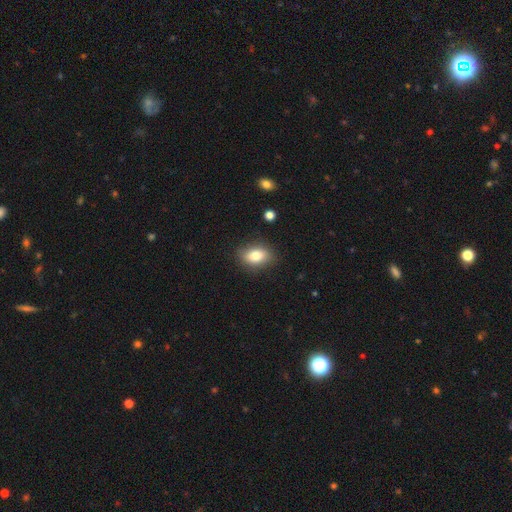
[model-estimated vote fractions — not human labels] smooth_or_featured: smooth (p=0.80) [alt: featured or disk p=0.12]
how_rounded: in between (p=0.83) [alt: round p=0.14]
merging: none (p=0.85) [alt: minor disturbance p=0.11]